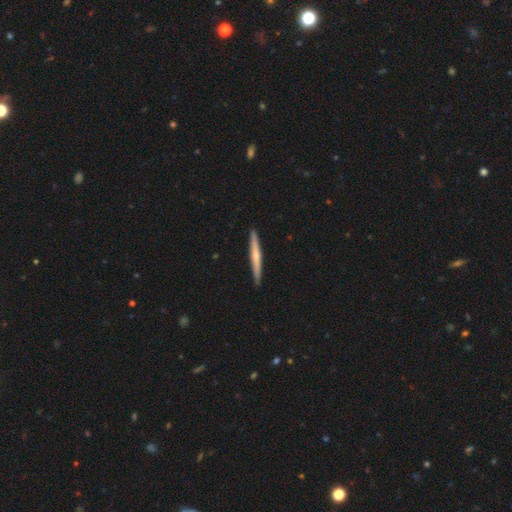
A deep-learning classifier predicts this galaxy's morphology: This is possibly a featured or disk galaxy (48%). Merging: clearly none (91%).